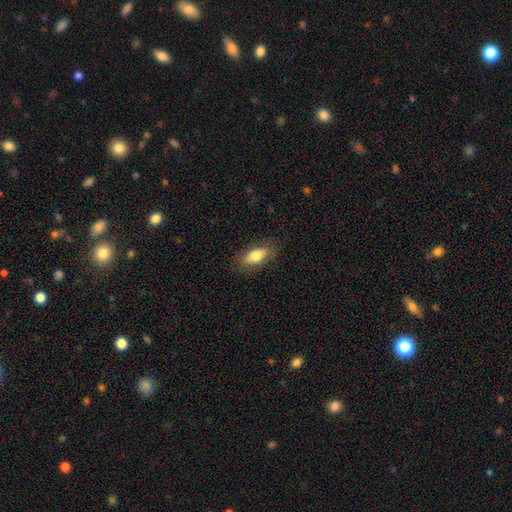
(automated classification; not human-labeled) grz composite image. It shows a smooth galaxy with no disk features (75%) that is in between round and cigar-shaped (86%). Merging: none (83%).